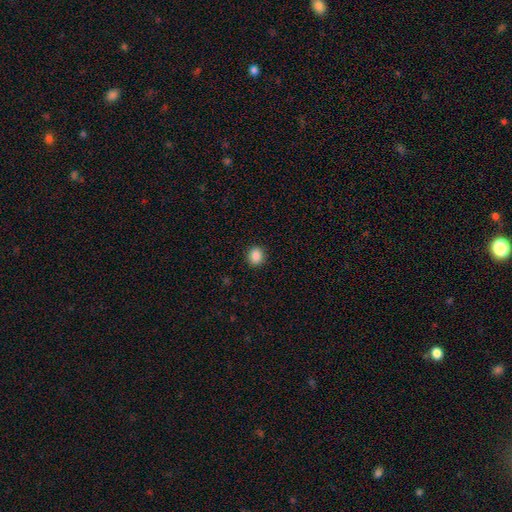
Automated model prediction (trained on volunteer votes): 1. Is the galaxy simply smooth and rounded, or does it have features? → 87% smooth, 10% star or artifact, 3% featured or disk.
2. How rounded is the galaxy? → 71% round, 28% in between, 1% cigar-shaped.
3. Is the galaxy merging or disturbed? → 91% none, 6% minor disturbance, 2% major disturbance, 1% merger.